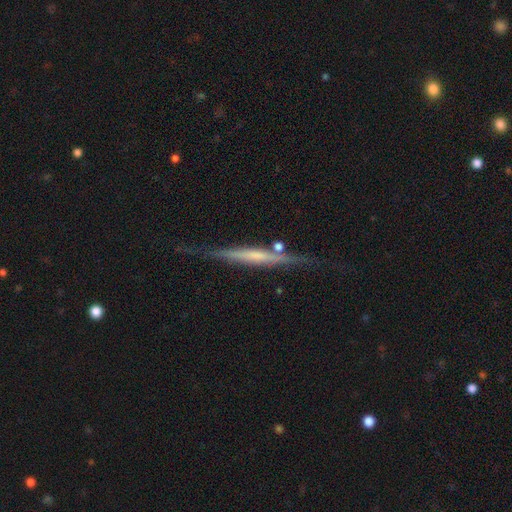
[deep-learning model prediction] Overall: featured or disk (70%). Edge-on disk: yes (96%). Edge-on bulge: none (58%; rounded 26%). Merging: none (74%).